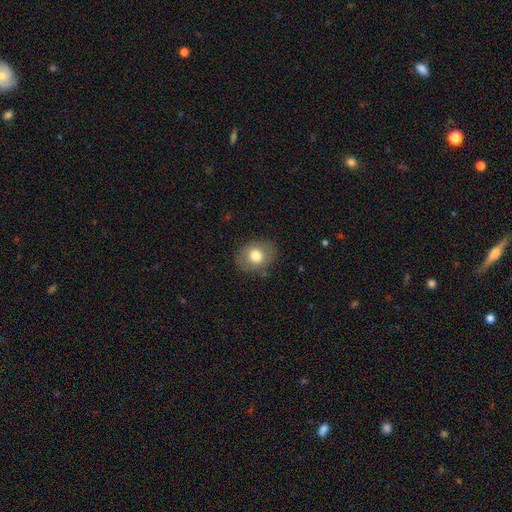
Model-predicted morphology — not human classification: type=smooth (72%); roundness=round (57%); merging=none (82%).